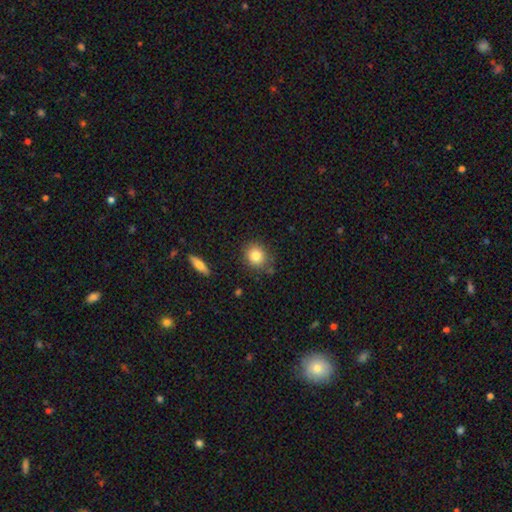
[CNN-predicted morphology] Smooth or featured: smooth — 81% (featured or disk — 10%)
How rounded: round — 78% (in between — 21%)
Merging: none — 81% (minor disturbance — 12%)